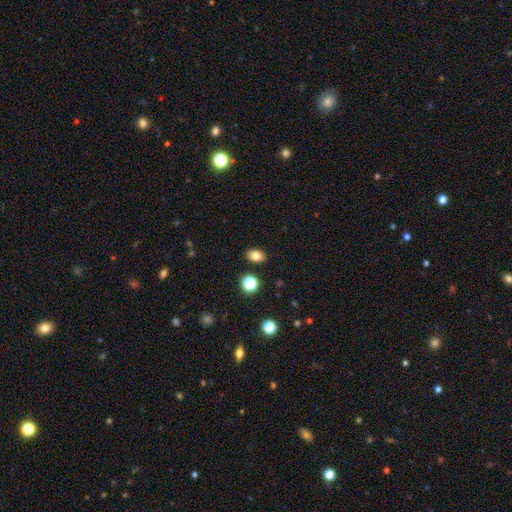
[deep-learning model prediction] Smooth or featured?
  - smooth: 81% *
  - star or artifact: 12%
  - featured or disk: 7%
How rounded?
  - in between: 76% *
  - round: 23%
  - cigar-shaped: 1%
Merging?
  - none: 87% *
  - minor disturbance: 8%
  - merger: 2%
  - major disturbance: 2%